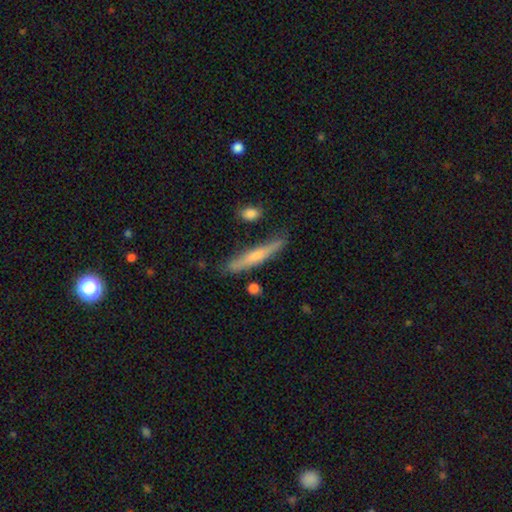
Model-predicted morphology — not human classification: smooth-or-featured: smooth: 48% | featured or disk: 46% | star or artifact: 6%
  merging: none: 79% | minor disturbance: 15% | merger: 3% | major disturbance: 3%